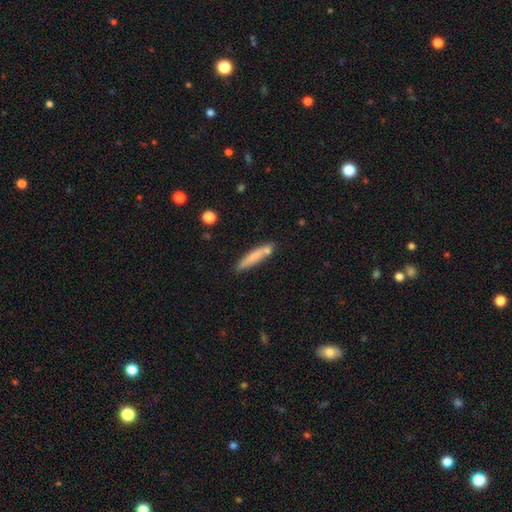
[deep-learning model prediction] Smooth or featured? Predicted: smooth (p=0.74). How rounded? Predicted: cigar-shaped (p=0.91). Merging? Predicted: none (p=0.78).